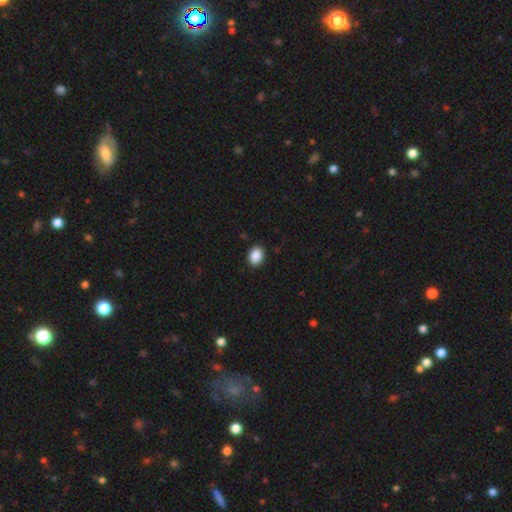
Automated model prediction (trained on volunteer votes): Smooth or featured?
  - smooth: 90% *
  - star or artifact: 8%
  - featured or disk: 2%
How rounded?
  - in between: 64% *
  - round: 35%
  - cigar-shaped: 1%
Merging?
  - none: 91% *
  - minor disturbance: 7%
  - major disturbance: 2%
  - merger: 1%